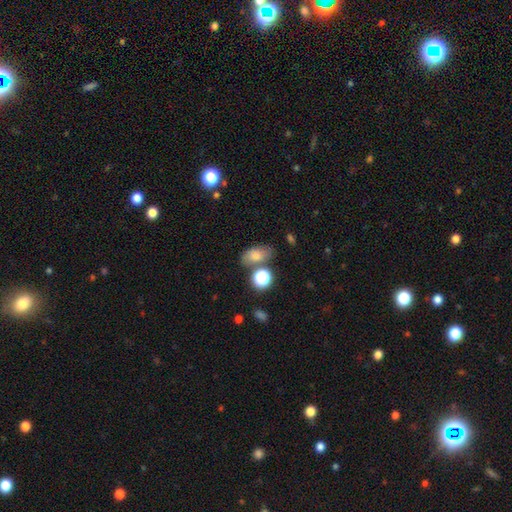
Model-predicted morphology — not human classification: Smooth or featured? smooth (73%)
How rounded? in between (82%)
Merging? none (66%)